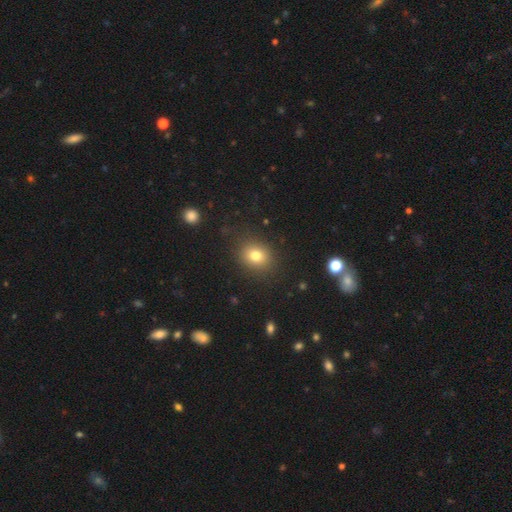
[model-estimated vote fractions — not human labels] A smooth galaxy with no disk features (79%) that is round (63%).

Vote fractions:
- Smooth or featured? smooth: 79% / star or artifact: 13% / featured or disk: 8%
- How rounded? round: 63% / in between: 36% / cigar-shaped: 1%
- Merging? none: 86% / minor disturbance: 9% / major disturbance: 4% / merger: 1%